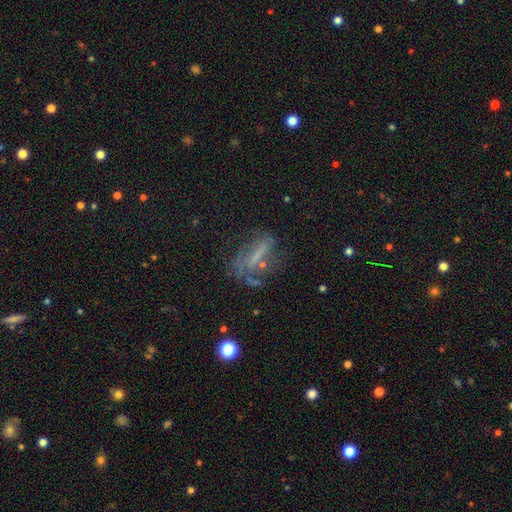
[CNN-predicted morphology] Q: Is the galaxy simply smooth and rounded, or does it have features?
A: featured or disk — 47%.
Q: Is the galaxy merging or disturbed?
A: none — 47%.